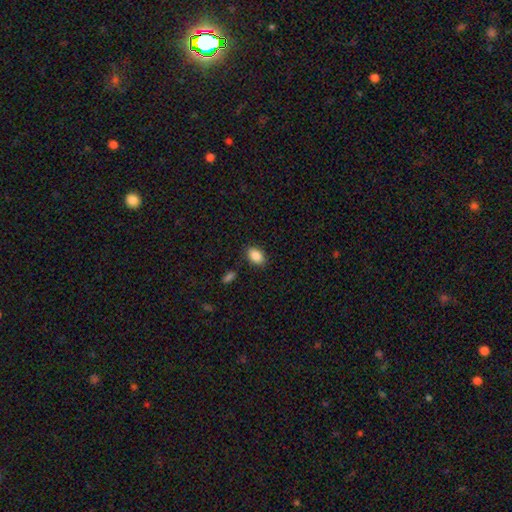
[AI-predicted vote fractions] This appears to be a smooth galaxy with no disk features (88%) that is in between round and cigar-shaped (83%). Merging: none (85%).